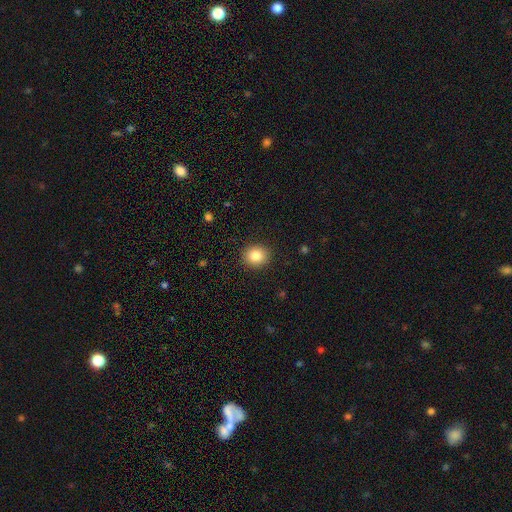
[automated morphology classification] Q: Smooth or featured?
A: smooth (85%); runner-up: star or artifact (9%)
Q: How rounded?
A: round (78%); runner-up: in between (22%)
Q: Merging?
A: none (90%); runner-up: minor disturbance (6%)